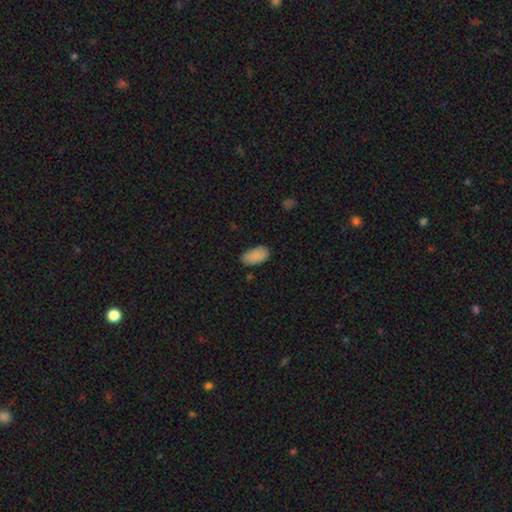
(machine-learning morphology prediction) Smooth or featured? Predicted: smooth (p=0.88). How rounded? Predicted: in between (p=0.95). Merging? Predicted: none (p=0.81).